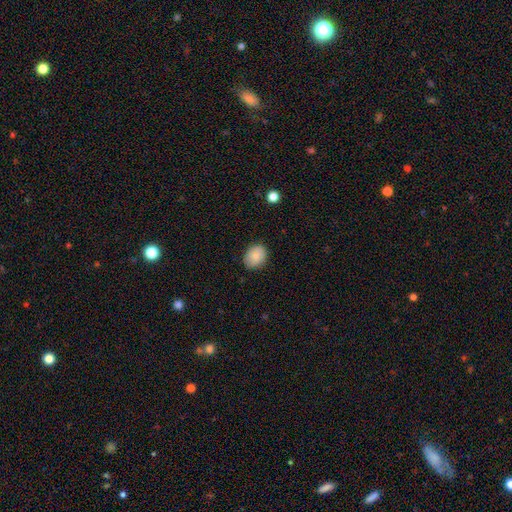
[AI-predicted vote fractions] This appears to be a smooth galaxy with no disk features (83%) that is in between round and cigar-shaped (56%). Merging: none (83%).